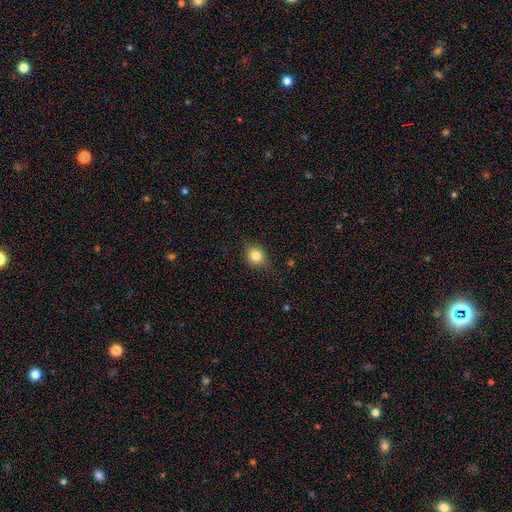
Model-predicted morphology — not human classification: Q: Smooth or featured?
A: smooth (80%); runner-up: star or artifact (10%)
Q: How rounded?
A: round (67%); runner-up: in between (32%)
Q: Merging?
A: none (78%); runner-up: minor disturbance (17%)